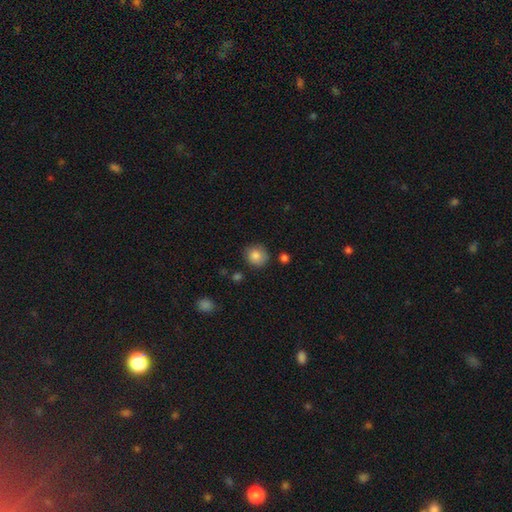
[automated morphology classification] Smooth or featured? Predicted: smooth (p=0.84). How rounded? Predicted: round (p=0.86). Merging? Predicted: none (p=0.81).